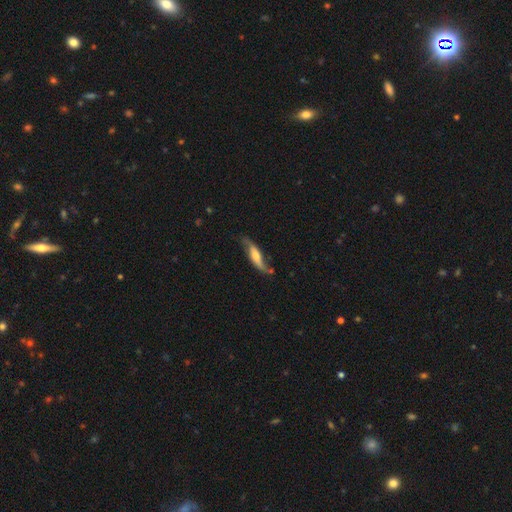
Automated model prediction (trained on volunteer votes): featured or disk 60%, smooth 34%, star or artifact 6%. Down the decision tree: edge-on disk — no (60%); merging — none (58%).